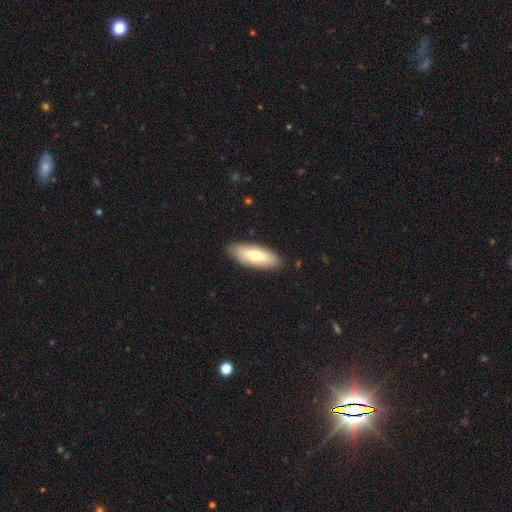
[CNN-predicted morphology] smooth_or_featured: smooth (p=0.64) [alt: featured or disk p=0.31]
how_rounded: in between (p=0.76) [alt: cigar-shaped p=0.22]
merging: none (p=0.86) [alt: minor disturbance p=0.10]